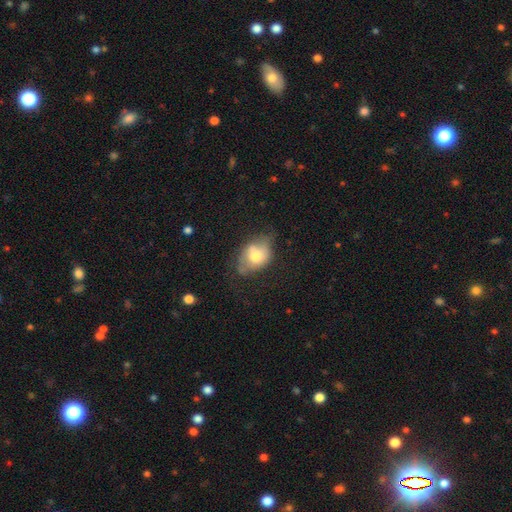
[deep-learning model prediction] A smooth galaxy with no disk features (60%) that is in between round and cigar-shaped (73%).

Vote fractions:
- Smooth or featured? smooth: 60% / featured or disk: 31% / star or artifact: 8%
- How rounded? in between: 73% / round: 25% / cigar-shaped: 2%
- Merging? none: 47% / minor disturbance: 33% / major disturbance: 14% / merger: 6%